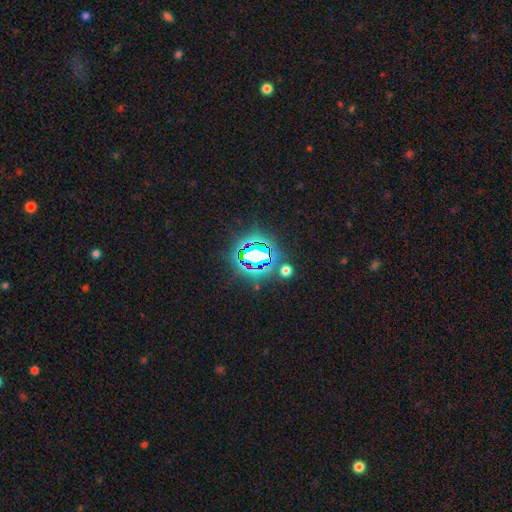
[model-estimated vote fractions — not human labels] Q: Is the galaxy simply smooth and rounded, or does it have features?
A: star or artifact — 73%.